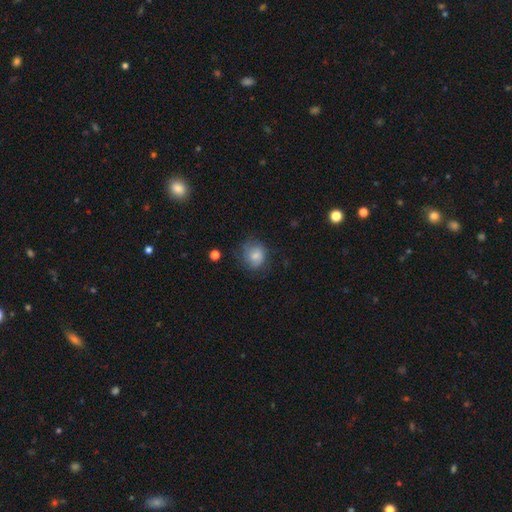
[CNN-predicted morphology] This appears to be a smooth galaxy with no disk features (68%) that is round (75%). Merging: none (64%).